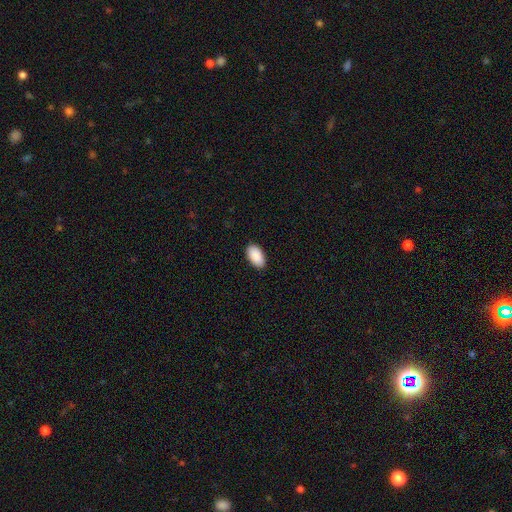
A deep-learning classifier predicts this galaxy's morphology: smooth-or-featured: smooth: 91% | star or artifact: 6% | featured or disk: 3%
  how-rounded: in between: 96% | round: 3% | cigar-shaped: 1%
  merging: none: 90% | minor disturbance: 8% | major disturbance: 2% | merger: 1%